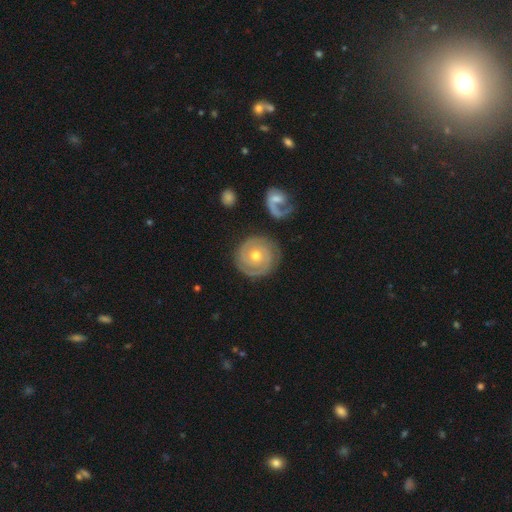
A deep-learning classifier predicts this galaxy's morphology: smooth_or_featured: featured or disk (p=0.82) [alt: smooth p=0.12]
disk_edge_on: no (p=0.97) [alt: yes p=0.03]
bar: no (p=0.79) [alt: weak p=0.16]
has_spiral_arms: yes (p=0.94) [alt: no p=0.06]
spiral_winding: tight (p=0.81) [alt: medium p=0.15]
spiral_arm_count: 2 (p=0.71) [alt: can't tell p=0.11]
bulge_size: moderate (p=0.64) [alt: small p=0.32]
merging: none (p=0.81) [alt: minor disturbance p=0.11]